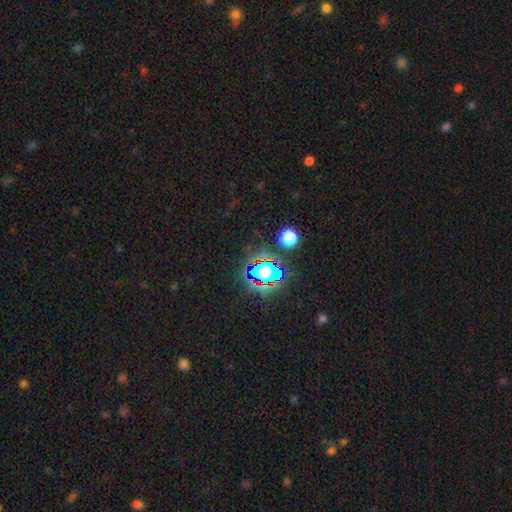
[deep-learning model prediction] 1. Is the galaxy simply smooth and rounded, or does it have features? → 79% star or artifact, 13% smooth, 8% featured or disk.